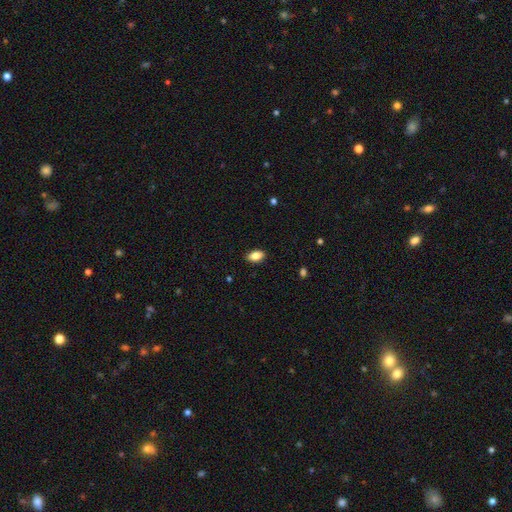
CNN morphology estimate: Smooth or featured: smooth — 84% (featured or disk — 8%)
How rounded: in between — 91% (round — 5%)
Merging: none — 88% (minor disturbance — 9%)